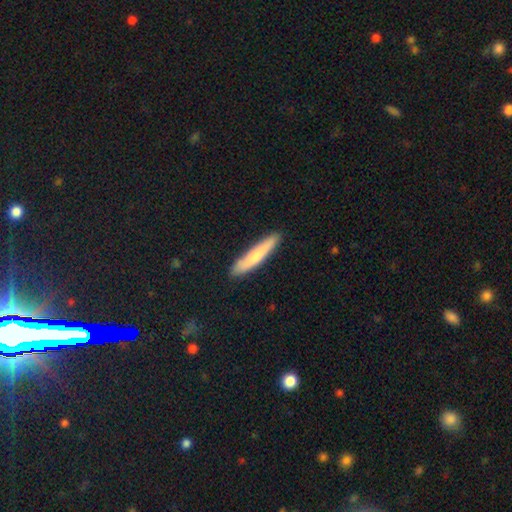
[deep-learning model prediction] A smooth galaxy with no disk features (71%) that is cigar-shaped (91%).

Vote fractions:
- Smooth or featured? smooth: 71% / featured or disk: 23% / star or artifact: 5%
- How rounded? cigar-shaped: 91% / in between: 7% / round: 1%
- Merging? none: 88% / minor disturbance: 10% / major disturbance: 2% / merger: 1%